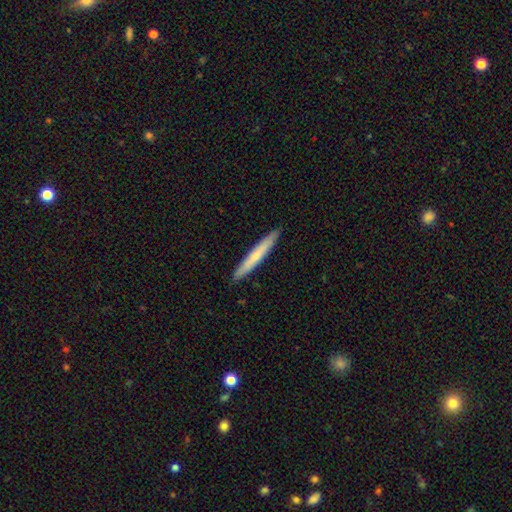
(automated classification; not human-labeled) This is likely a smooth galaxy (61%). How rounded: clearly cigar-shaped (96%). Merging: clearly none (92%).